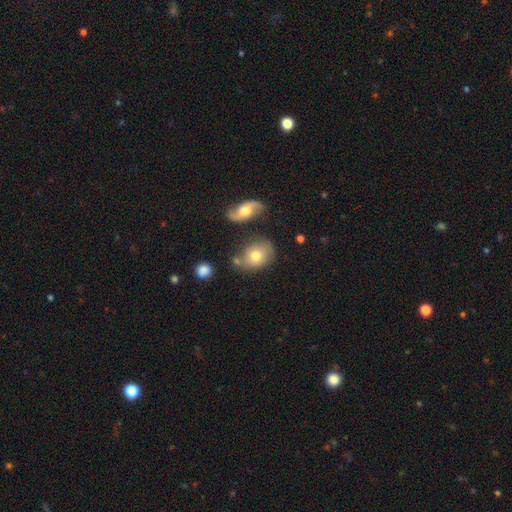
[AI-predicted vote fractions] Smooth or featured: smooth — 66% (featured or disk — 25%)
How rounded: in between — 57% (round — 42%)
Merging: none — 60% (minor disturbance — 21%)